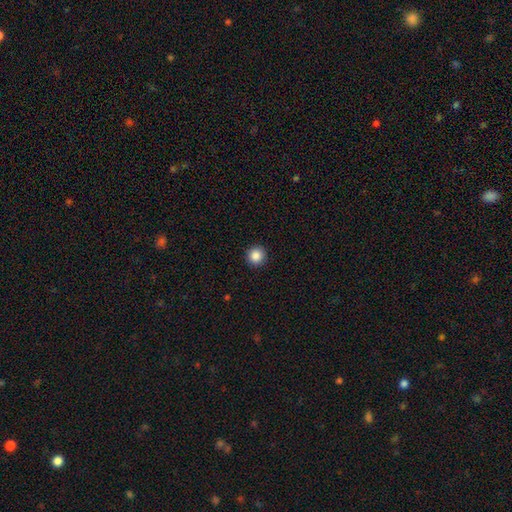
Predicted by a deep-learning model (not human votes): smooth_or_featured: smooth (p=0.87) [alt: star or artifact p=0.10]
how_rounded: round (p=0.95) [alt: in between p=0.04]
merging: none (p=0.93) [alt: minor disturbance p=0.05]